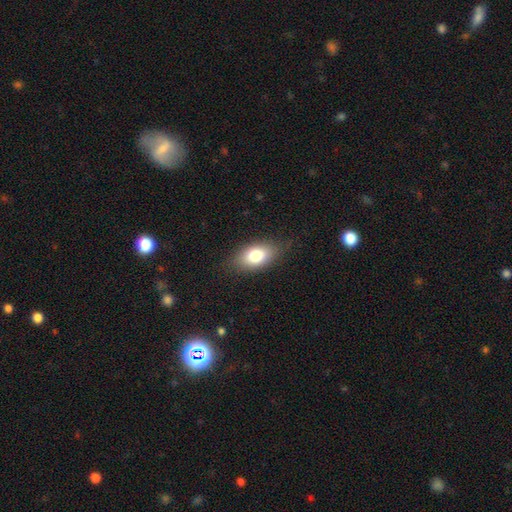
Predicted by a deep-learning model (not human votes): Smooth or featured?
  - smooth: 78% *
  - featured or disk: 13%
  - star or artifact: 8%
How rounded?
  - in between: 88% *
  - round: 9%
  - cigar-shaped: 3%
Merging?
  - none: 80% *
  - minor disturbance: 15%
  - major disturbance: 4%
  - merger: 1%